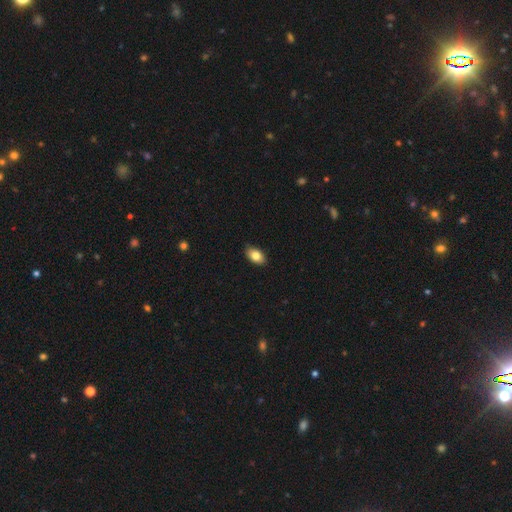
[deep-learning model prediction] smooth-or-featured: smooth: 81% | featured or disk: 11% | star or artifact: 8%
  how-rounded: in between: 90% | round: 8% | cigar-shaped: 2%
  merging: none: 87% | minor disturbance: 10% | major disturbance: 2% | merger: 1%